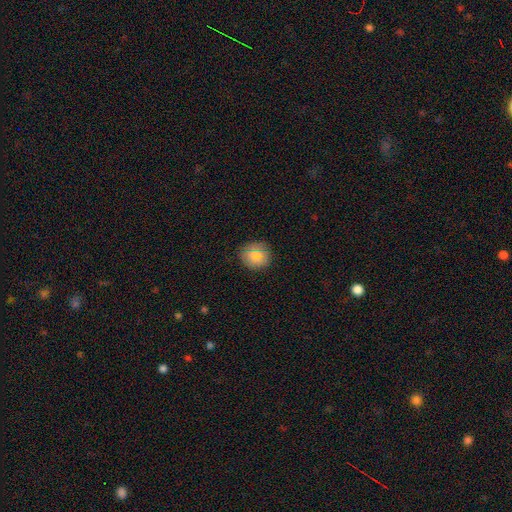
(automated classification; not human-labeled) Morphology: type=smooth (77%); roundness=round (86%); merging=none (87%).